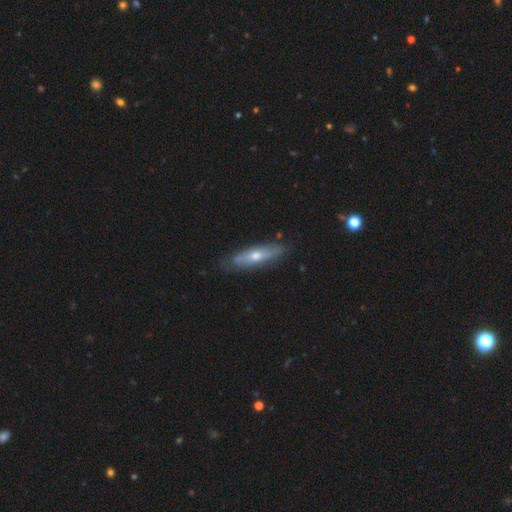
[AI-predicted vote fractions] Smooth or featured? featured or disk (52%)
Edge-on disk? yes (63%)
Merging? none (80%)